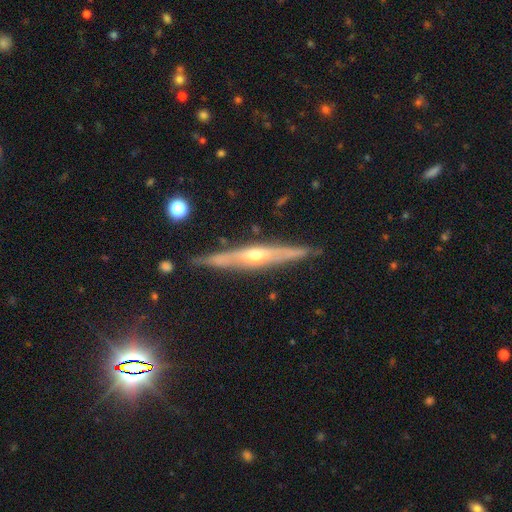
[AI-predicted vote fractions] smooth_or_featured: featured or disk (p=0.76) [alt: smooth p=0.18]
disk_edge_on: yes (p=0.91) [alt: no p=0.09]
edge_on_bulge: rounded (p=0.81) [alt: none p=0.14]
merging: none (p=0.84) [alt: minor disturbance p=0.12]